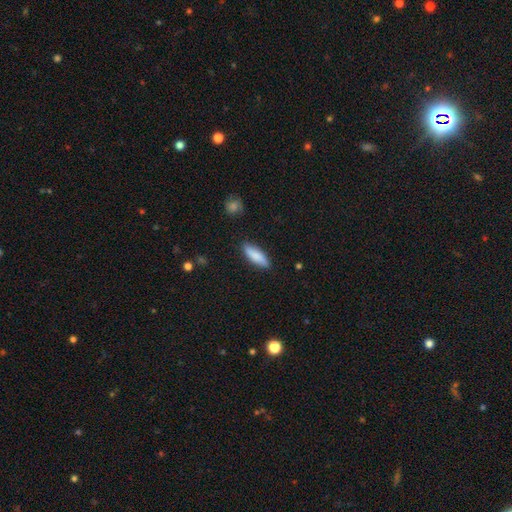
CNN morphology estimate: smooth-or-featured: smooth: 84% | featured or disk: 10% | star or artifact: 6%
  how-rounded: in between: 52% | cigar-shaped: 46% | round: 2%
  merging: none: 86% | minor disturbance: 10% | major disturbance: 2% | merger: 1%